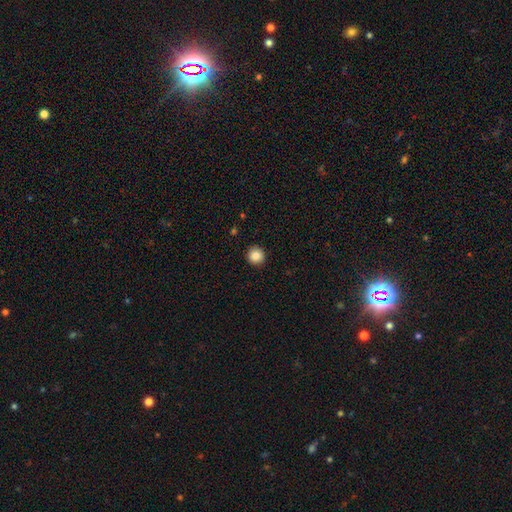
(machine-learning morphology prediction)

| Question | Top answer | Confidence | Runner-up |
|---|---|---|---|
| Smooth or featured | smooth | 87% | star or artifact (9%) |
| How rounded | round | 95% | in between (4%) |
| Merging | none | 92% | minor disturbance (5%) |